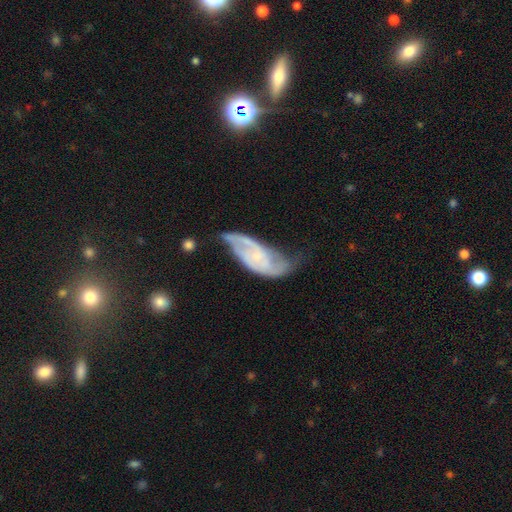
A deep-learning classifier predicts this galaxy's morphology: featured or disk 75%, smooth 18%, star or artifact 7%. Down the decision tree: edge-on disk — no (93%); bar — no (60%); spiral arms — yes (87%); spiral arm count — 2 (63%); spiral winding — medium (42%); bulge size — small (70%); merging — none (35%).